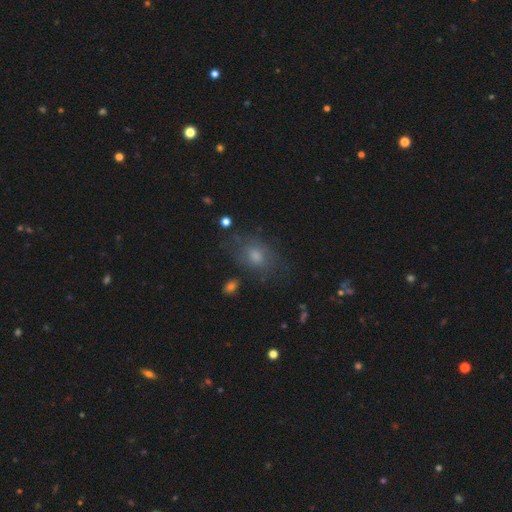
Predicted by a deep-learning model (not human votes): smooth-or-featured: smooth: 60% | featured or disk: 26% | star or artifact: 14%
  how-rounded: in between: 71% | round: 28% | cigar-shaped: 2%
  merging: none: 64% | minor disturbance: 21% | major disturbance: 12% | merger: 3%